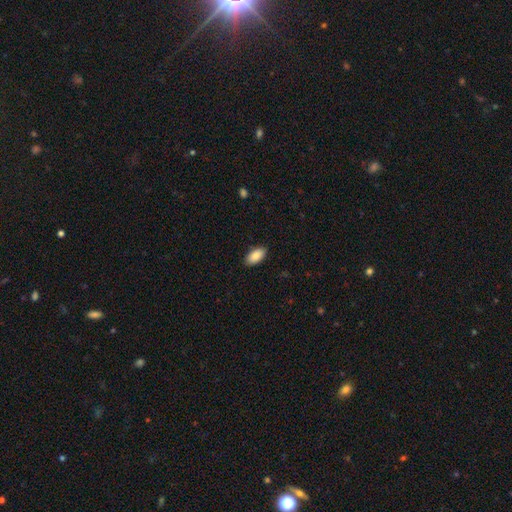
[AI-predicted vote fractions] Morphology: type=smooth (89%); roundness=in between (94%); merging=none (88%).